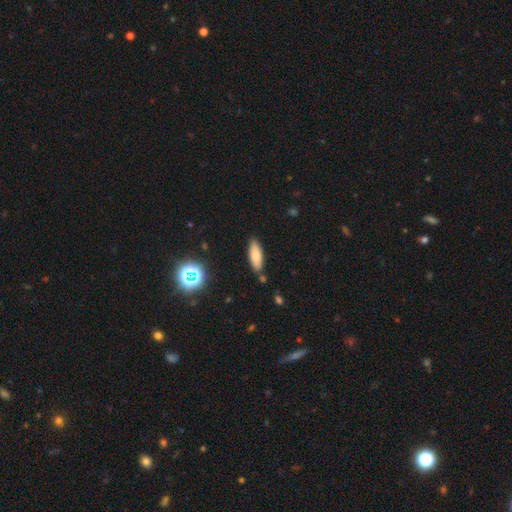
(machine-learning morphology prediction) The model was most divided on "how rounded": in between: 59%, cigar-shaped: 38%, round: 2%. More confident: merging — none (82%); smooth or featured — smooth (78%).